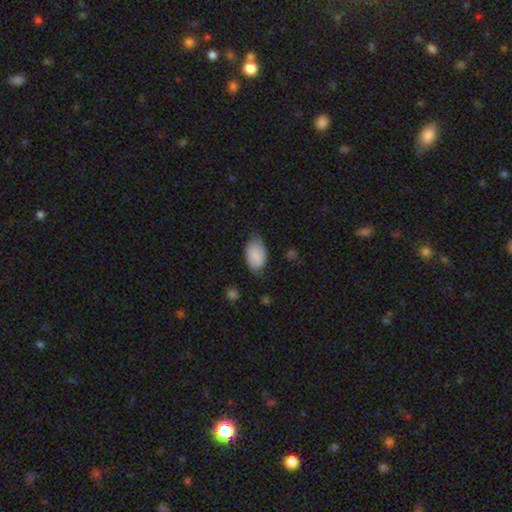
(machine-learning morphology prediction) Q: Smooth or featured?
A: smooth (85%); runner-up: featured or disk (8%)
Q: How rounded?
A: in between (92%); runner-up: round (6%)
Q: Merging?
A: none (59%); runner-up: minor disturbance (32%)